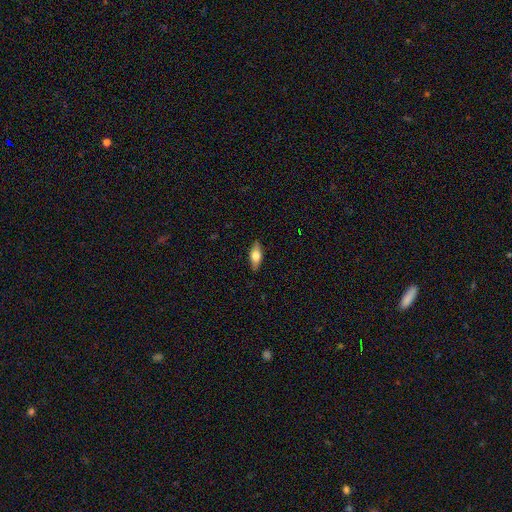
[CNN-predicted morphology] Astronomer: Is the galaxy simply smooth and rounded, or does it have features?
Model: smooth — 60%.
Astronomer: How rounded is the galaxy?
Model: in between — 73%.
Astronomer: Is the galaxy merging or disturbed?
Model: none — 87%.